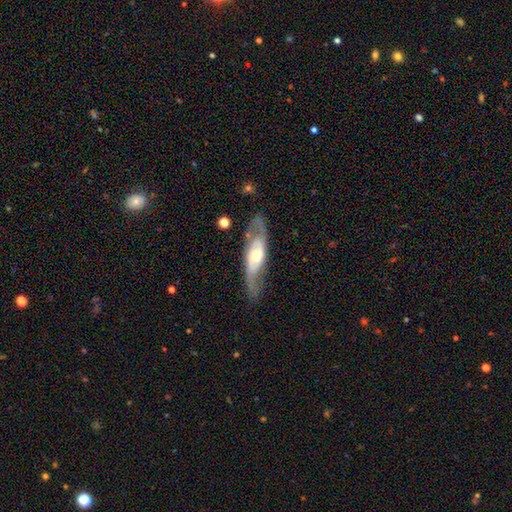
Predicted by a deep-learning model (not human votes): Smooth or featured? featured or disk (76%)
Edge-on disk? no (78%)
Bar? no (65%)
Spiral arms? yes (79%)
Bulge size? moderate (56%)
Merging? none (70%)